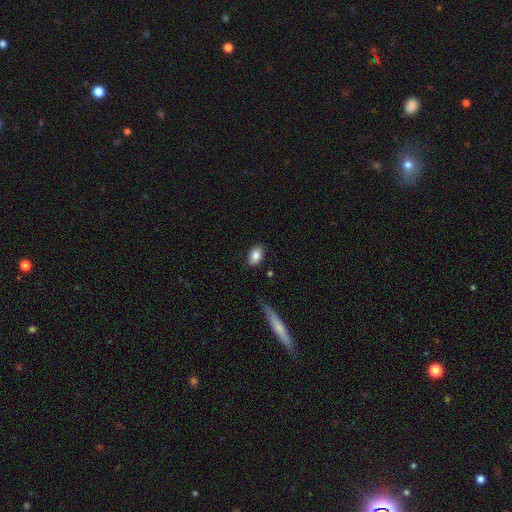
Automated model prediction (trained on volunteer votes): This is clearly a smooth galaxy (84%). How rounded: clearly in between (89%). Merging: clearly none (85%).